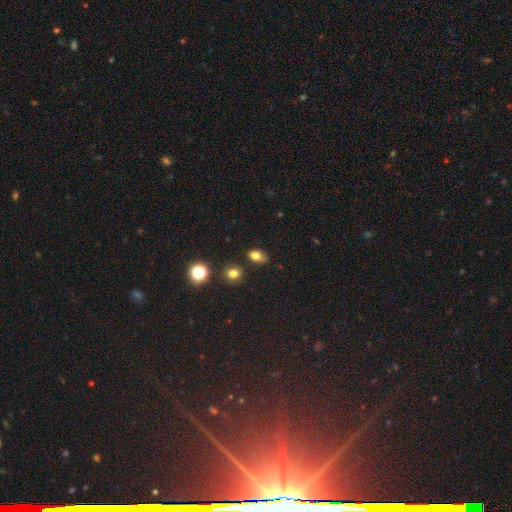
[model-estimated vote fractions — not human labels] smooth-or-featured: smooth: 77% | star or artifact: 14% | featured or disk: 8%
  how-rounded: in between: 70% | round: 28% | cigar-shaped: 2%
  merging: none: 70% | minor disturbance: 19% | merger: 6% | major disturbance: 5%